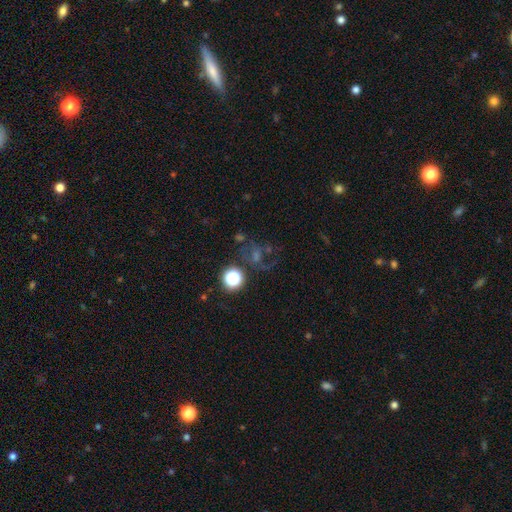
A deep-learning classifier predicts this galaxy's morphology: star or artifact 52%, smooth 24%, featured or disk 23%.